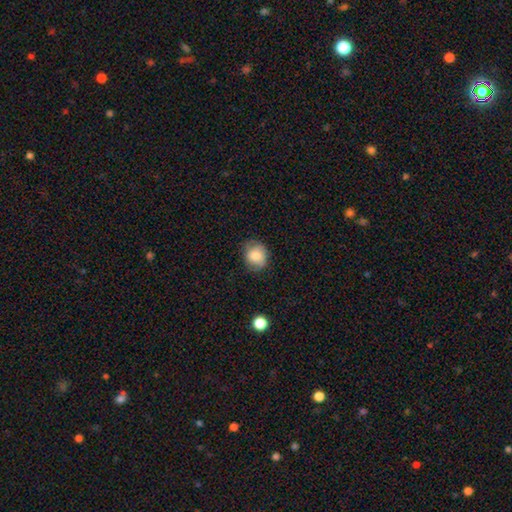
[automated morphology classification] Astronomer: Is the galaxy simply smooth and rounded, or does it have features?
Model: smooth — 78%.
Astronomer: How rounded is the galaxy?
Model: round — 65%.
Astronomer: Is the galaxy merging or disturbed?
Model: none — 69%.